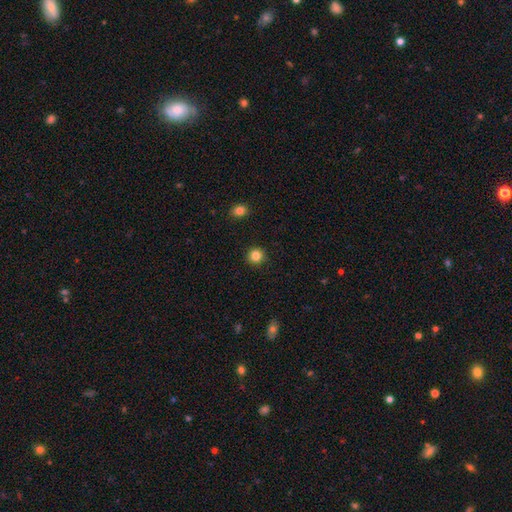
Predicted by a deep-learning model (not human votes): A smooth galaxy with no disk features (84%) that is round (93%). Merging: none (92%).